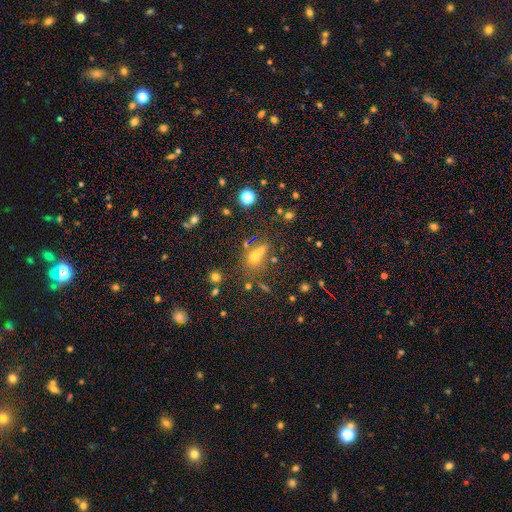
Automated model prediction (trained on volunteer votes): A smooth galaxy with no disk features (50%) that is in between round and cigar-shaped (50%). Merging: none (56%).